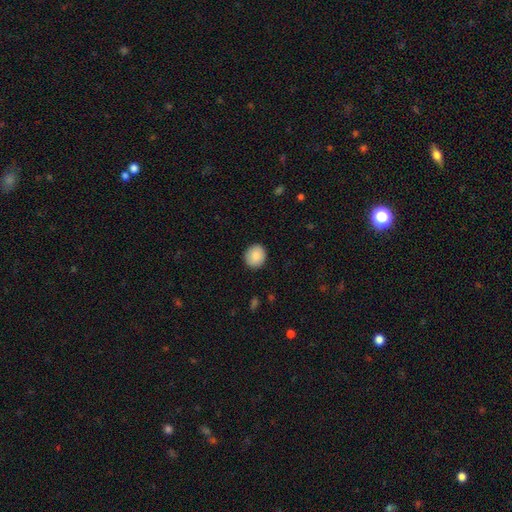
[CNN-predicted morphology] A smooth galaxy with no disk features (87%) that is round (83%). Merging: none (90%).